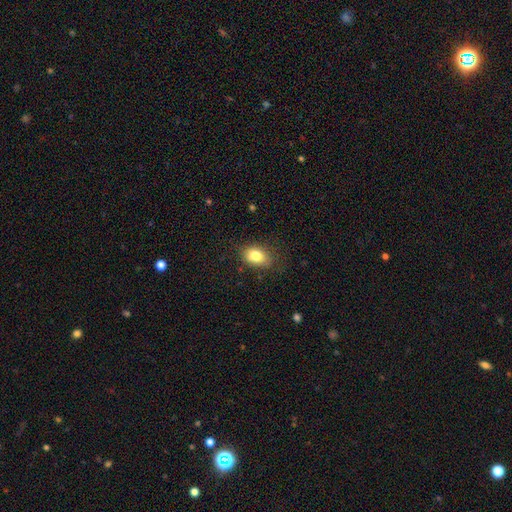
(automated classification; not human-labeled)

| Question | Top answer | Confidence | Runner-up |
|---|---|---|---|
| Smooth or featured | smooth | 80% | featured or disk (10%) |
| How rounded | in between | 76% | round (23%) |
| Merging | none | 76% | minor disturbance (18%) |